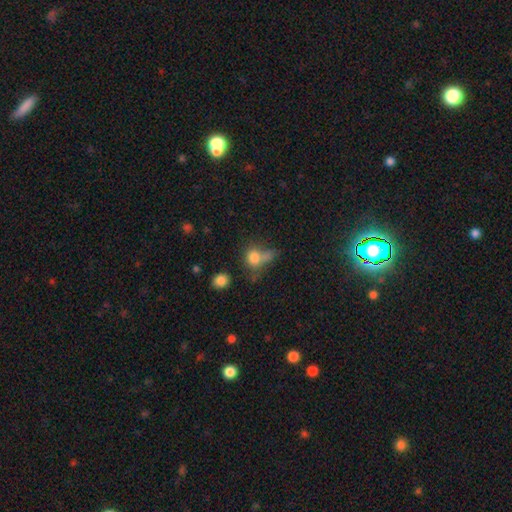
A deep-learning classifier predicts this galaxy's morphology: Q: Smooth or featured?
A: smooth (69%); runner-up: star or artifact (18%)
Q: How rounded?
A: round (67%); runner-up: in between (30%)
Q: Merging?
A: none (41%); runner-up: merger (26%)